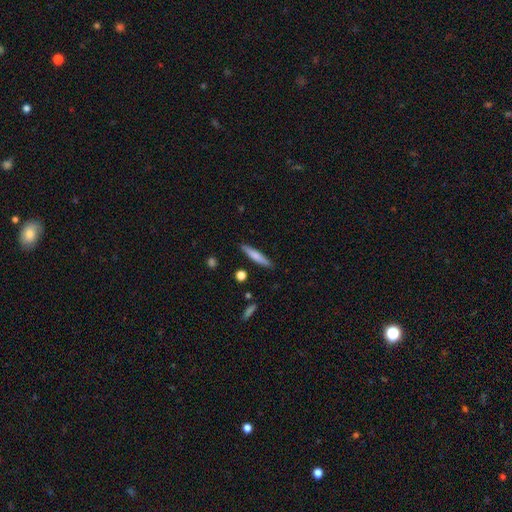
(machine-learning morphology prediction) The model was most divided on "smooth or featured": smooth: 67%, featured or disk: 27%, star or artifact: 6%. More confident: how rounded — cigar-shaped (90%); merging — none (88%).